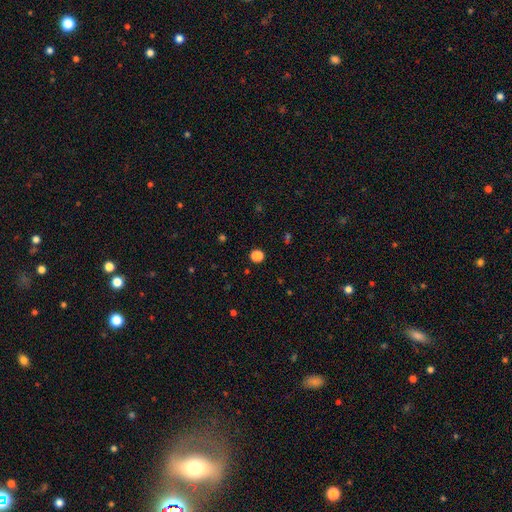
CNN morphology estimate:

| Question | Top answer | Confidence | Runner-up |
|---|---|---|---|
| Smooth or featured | smooth | 80% | star or artifact (16%) |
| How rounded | round | 68% | in between (30%) |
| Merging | none | 90% | minor disturbance (6%) |